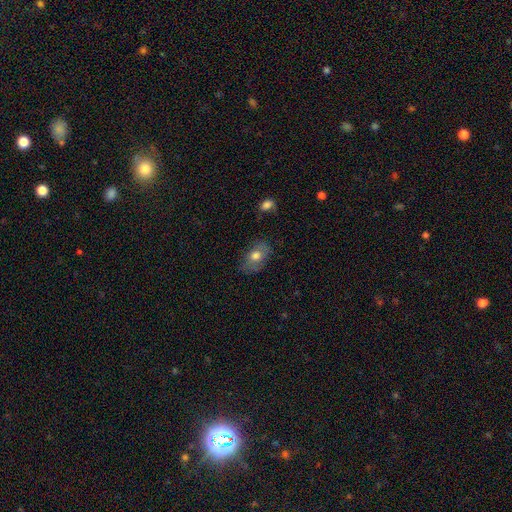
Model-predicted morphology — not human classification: A smooth galaxy with no disk features (68%) that is in between round and cigar-shaped (82%).

Vote fractions:
- Smooth or featured? smooth: 68% / featured or disk: 23% / star or artifact: 9%
- How rounded? in between: 82% / round: 16% / cigar-shaped: 2%
- Merging? none: 70% / minor disturbance: 22% / major disturbance: 7% / merger: 2%